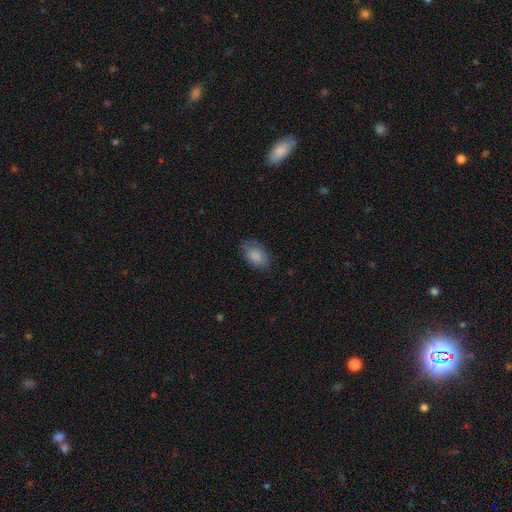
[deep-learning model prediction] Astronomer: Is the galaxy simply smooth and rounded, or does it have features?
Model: smooth — 86%.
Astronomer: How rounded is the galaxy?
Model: in between — 88%.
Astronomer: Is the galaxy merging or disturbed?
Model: none — 74%.